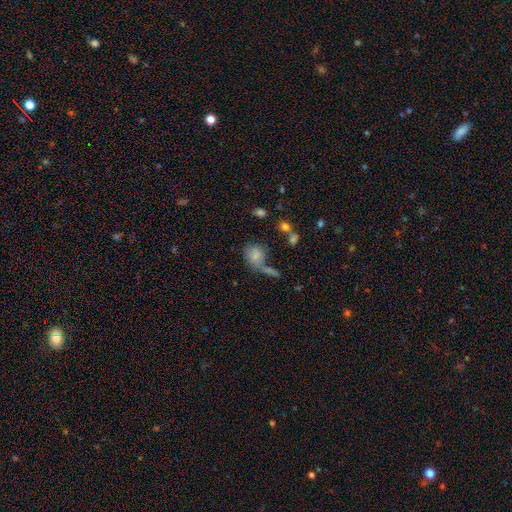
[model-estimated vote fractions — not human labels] Overall: smooth (75%). How rounded: in between (54%; round 44%). Merging: none (41%; merger 28%).